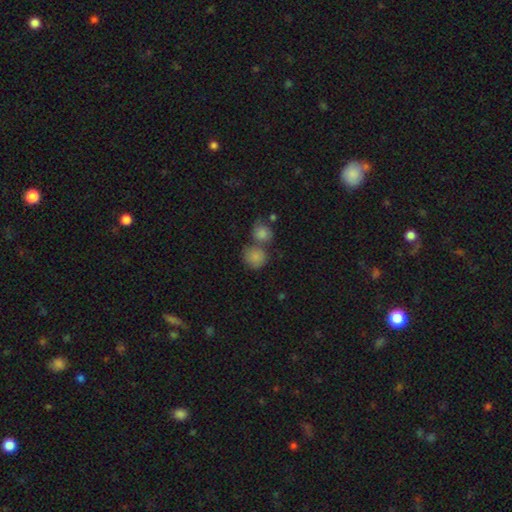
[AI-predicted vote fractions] A smooth galaxy with no disk features (84%) that is round (82%).

Vote fractions:
- Smooth or featured? smooth: 84% / star or artifact: 9% / featured or disk: 8%
- How rounded? round: 82% / in between: 17% / cigar-shaped: 1%
- Merging? none: 44% / merger: 42% / minor disturbance: 10% / major disturbance: 4%